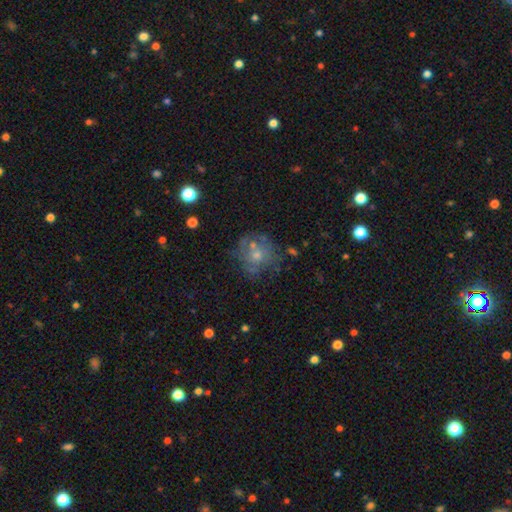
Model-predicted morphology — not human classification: smooth_or_featured: featured or disk (p=0.43) [alt: smooth p=0.40]
merging: none (p=0.61) [alt: minor disturbance p=0.19]